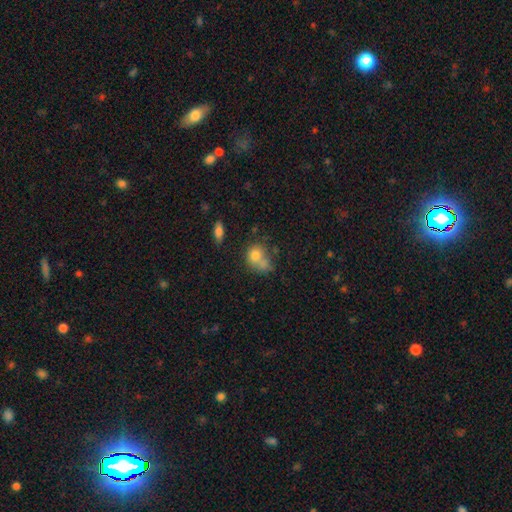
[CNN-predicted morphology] smooth 75%, featured or disk 15%, star or artifact 11%. Down the decision tree: how rounded — round (58%); merging — merger (41%).